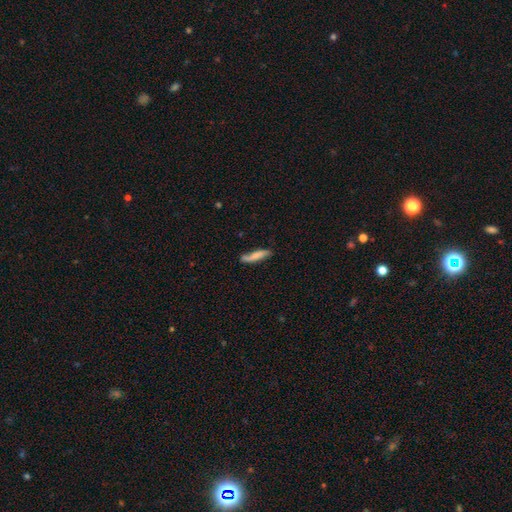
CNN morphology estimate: A smooth galaxy with no disk features (66%) that is cigar-shaped (82%).

Vote fractions:
- Smooth or featured? smooth: 66% / featured or disk: 28% / star or artifact: 6%
- How rounded? cigar-shaped: 82% / in between: 16% / round: 2%
- Merging? none: 68% / minor disturbance: 23% / major disturbance: 6% / merger: 3%